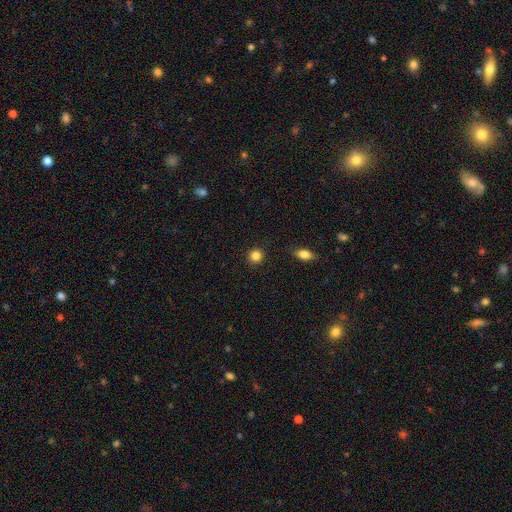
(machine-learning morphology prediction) A smooth galaxy with no disk features (85%) that is round (92%). Merging: none (91%).